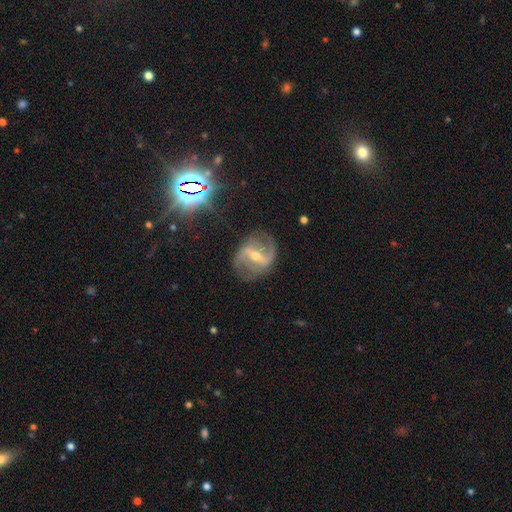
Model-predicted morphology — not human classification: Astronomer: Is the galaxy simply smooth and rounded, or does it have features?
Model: featured or disk — 85%.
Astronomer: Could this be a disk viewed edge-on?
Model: no — 96%.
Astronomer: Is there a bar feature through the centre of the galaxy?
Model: strong — 62%.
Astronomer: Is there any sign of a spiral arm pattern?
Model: yes — 92%.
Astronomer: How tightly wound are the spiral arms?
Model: loose — 45% (runner-up: medium, 41%).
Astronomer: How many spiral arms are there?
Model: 2 — 87%.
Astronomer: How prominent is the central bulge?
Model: moderate — 49% (runner-up: small, 46%).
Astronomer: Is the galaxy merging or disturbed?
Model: none — 77%.